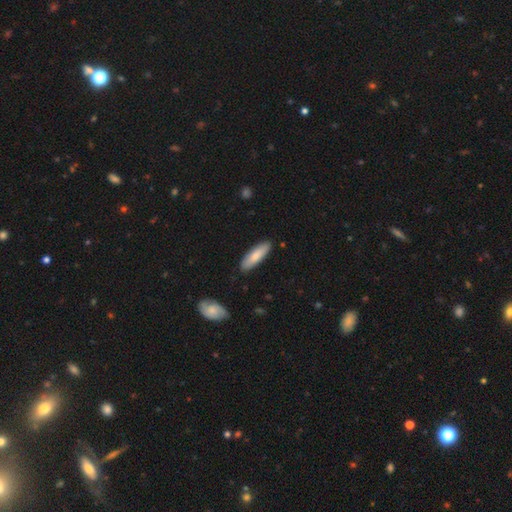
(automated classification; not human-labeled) smooth_or_featured: smooth (p=0.79) [alt: featured or disk p=0.16]
how_rounded: cigar-shaped (p=0.56) [alt: in between p=0.43]
merging: none (p=0.87) [alt: minor disturbance p=0.10]